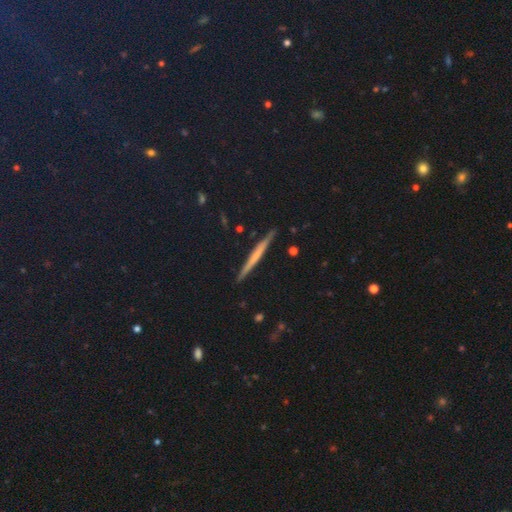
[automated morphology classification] Smooth or featured?
  - featured or disk: 52% *
  - smooth: 39%
  - star or artifact: 9%
Edge-on disk?
  - yes: 97% *
  - no: 3%
Edge-on bulge?
  - none: 72% *
  - rounded: 17%
  - boxy: 10%
Merging?
  - none: 90% *
  - minor disturbance: 7%
  - merger: 1%
  - major disturbance: 1%